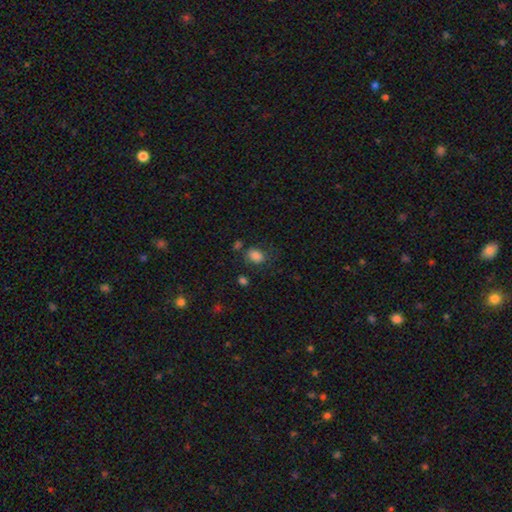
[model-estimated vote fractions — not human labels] Smooth or featured?
  - smooth: 83% *
  - star or artifact: 11%
  - featured or disk: 6%
How rounded?
  - in between: 64% *
  - round: 35%
  - cigar-shaped: 1%
Merging?
  - none: 62% *
  - minor disturbance: 21%
  - major disturbance: 10%
  - merger: 7%